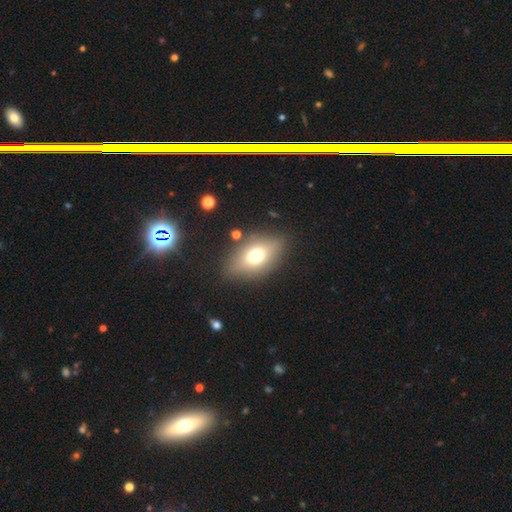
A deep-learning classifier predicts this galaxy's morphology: Q: Smooth or featured?
A: smooth (67%); runner-up: featured or disk (21%)
Q: How rounded?
A: in between (81%); runner-up: round (15%)
Q: Merging?
A: none (81%); runner-up: minor disturbance (11%)